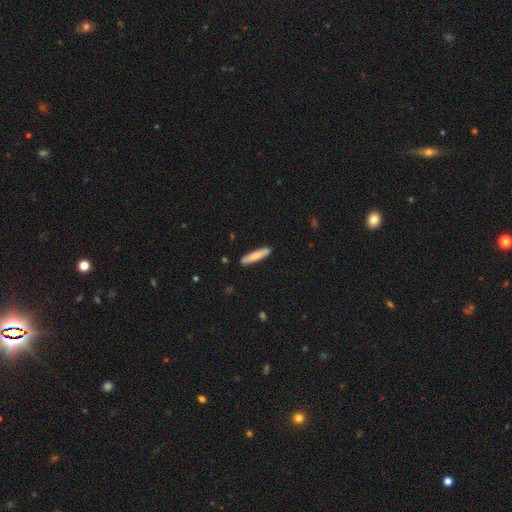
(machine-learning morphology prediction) Smooth or featured?
  - smooth: 79% *
  - featured or disk: 16%
  - star or artifact: 5%
How rounded?
  - cigar-shaped: 86% *
  - in between: 13%
  - round: 1%
Merging?
  - none: 89% *
  - minor disturbance: 8%
  - major disturbance: 1%
  - merger: 1%